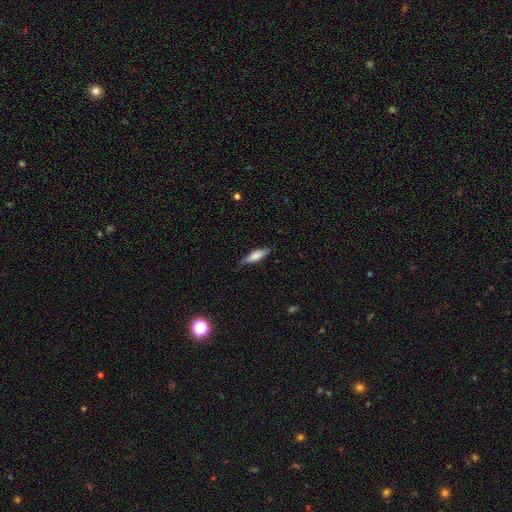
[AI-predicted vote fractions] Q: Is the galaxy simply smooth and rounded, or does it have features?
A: smooth — 74%.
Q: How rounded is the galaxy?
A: cigar-shaped — 54%.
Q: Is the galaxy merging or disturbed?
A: none — 74%.